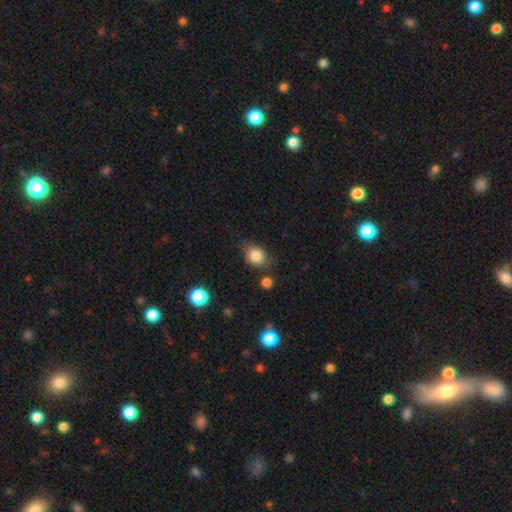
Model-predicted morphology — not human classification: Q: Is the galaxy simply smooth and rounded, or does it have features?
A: smooth — 83%.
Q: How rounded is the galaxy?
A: round — 55%.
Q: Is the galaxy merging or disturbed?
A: none — 64%.